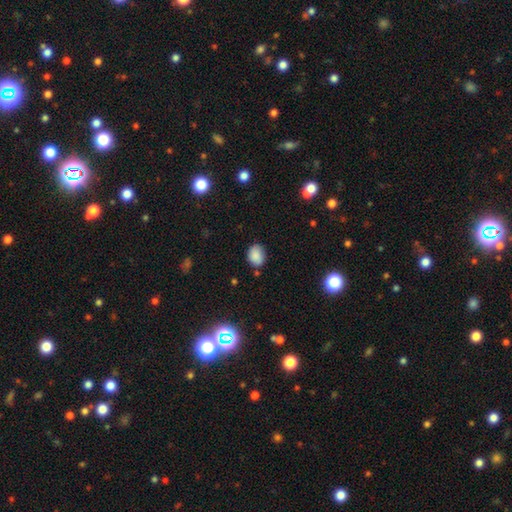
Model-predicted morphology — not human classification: A smooth galaxy with no disk features (85%) that is in between round and cigar-shaped (55%).

Vote fractions:
- Smooth or featured? smooth: 85% / star or artifact: 9% / featured or disk: 5%
- How rounded? in between: 55% / round: 44% / cigar-shaped: 1%
- Merging? none: 73% / minor disturbance: 20% / major disturbance: 4% / merger: 3%